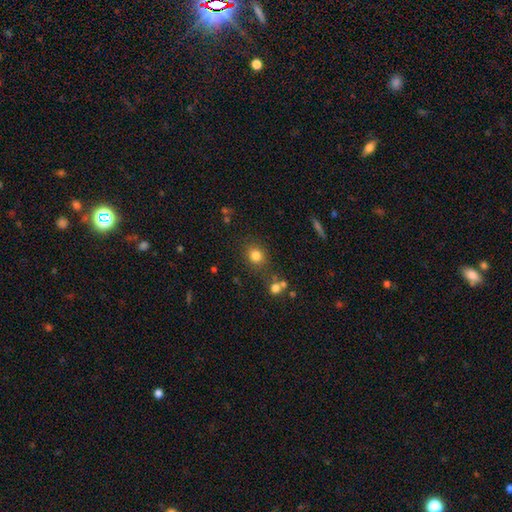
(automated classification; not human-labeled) Smooth or featured? smooth (81%)
How rounded? round (80%)
Merging? none (79%)